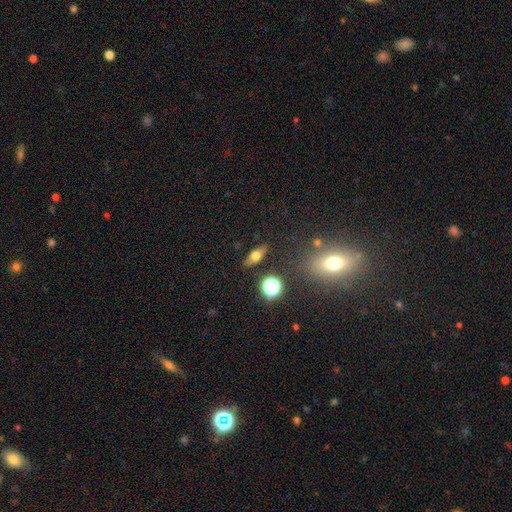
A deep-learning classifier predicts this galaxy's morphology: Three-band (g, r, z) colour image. It shows a smooth galaxy with no disk features (52%) that is in between round and cigar-shaped (58%). Merging: none (84%).